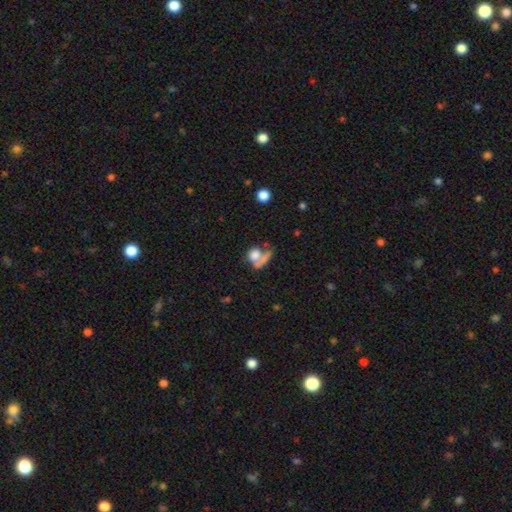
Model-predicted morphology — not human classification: The model was most divided on "merging" (2-way tie): merger: 36%, none: 36%, major disturbance: 17%, minor disturbance: 12%. More confident: smooth or featured — smooth (68%); how rounded — round (58%).